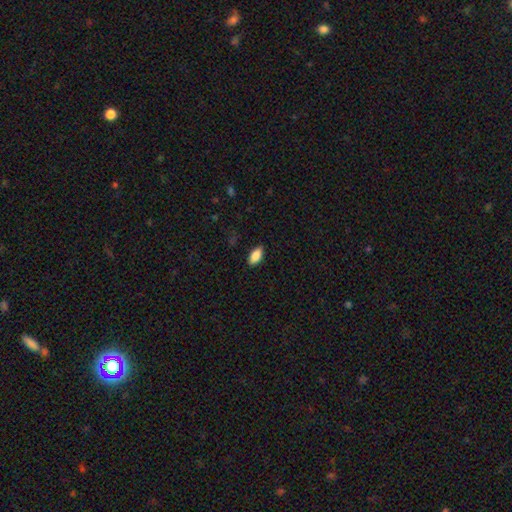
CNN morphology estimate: smooth_or_featured: smooth (p=0.87) [alt: star or artifact p=0.07]
how_rounded: in between (p=0.90) [alt: cigar-shaped p=0.08]
merging: none (p=0.88) [alt: minor disturbance p=0.09]